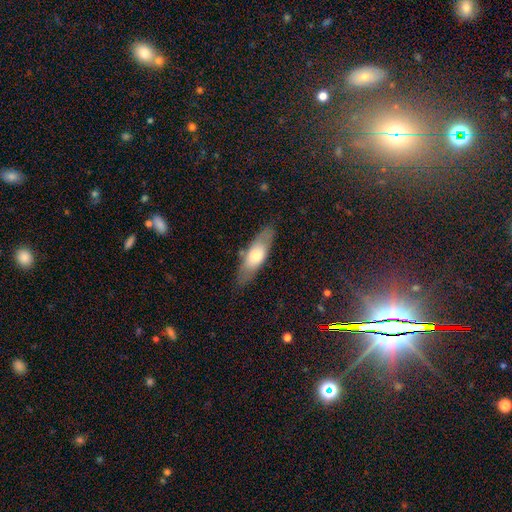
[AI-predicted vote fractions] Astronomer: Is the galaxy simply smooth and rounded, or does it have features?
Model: smooth — 61%.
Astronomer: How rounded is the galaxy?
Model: in between — 57% (runner-up: cigar-shaped, 41%).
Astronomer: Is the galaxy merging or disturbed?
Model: none — 79%.